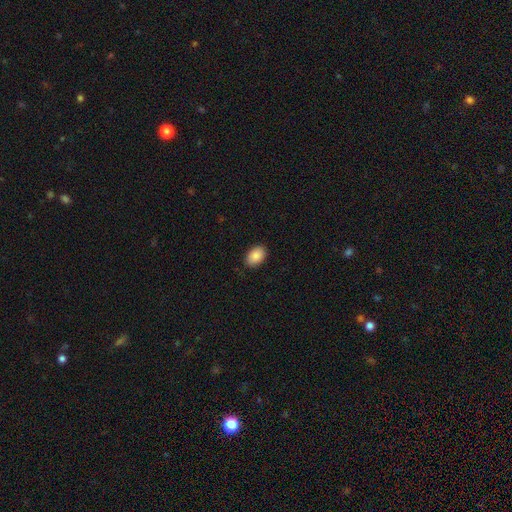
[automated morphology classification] Smooth or featured: smooth — 89% (star or artifact — 7%)
How rounded: in between — 89% (round — 9%)
Merging: none — 88% (minor disturbance — 9%)